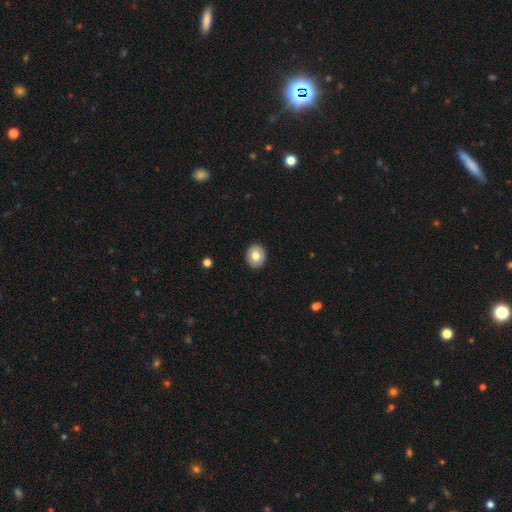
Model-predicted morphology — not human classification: Smooth or featured? Predicted: smooth (p=0.78). How rounded? Predicted: round (p=0.57). Merging? Predicted: none (p=0.91).